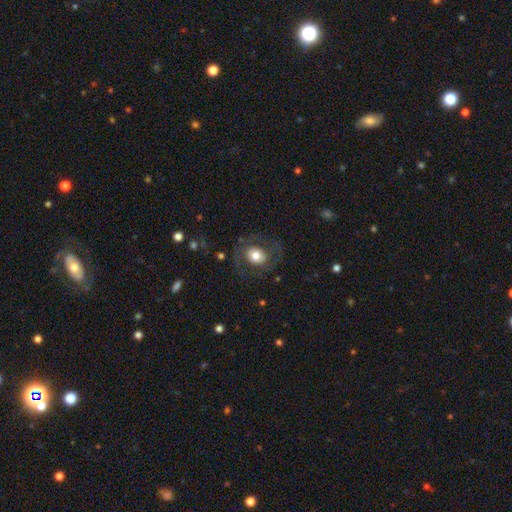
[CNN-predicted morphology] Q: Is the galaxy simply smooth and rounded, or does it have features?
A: smooth — 57%.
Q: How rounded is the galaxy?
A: round — 66%.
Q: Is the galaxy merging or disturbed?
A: none — 73%.